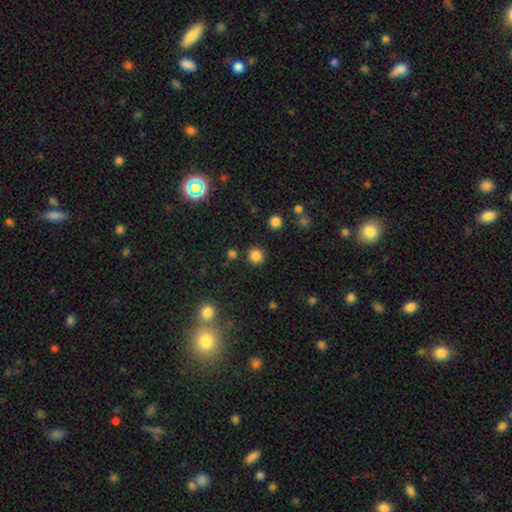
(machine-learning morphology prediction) A smooth galaxy with no disk features (82%) that is round (93%). Merging: none (88%).